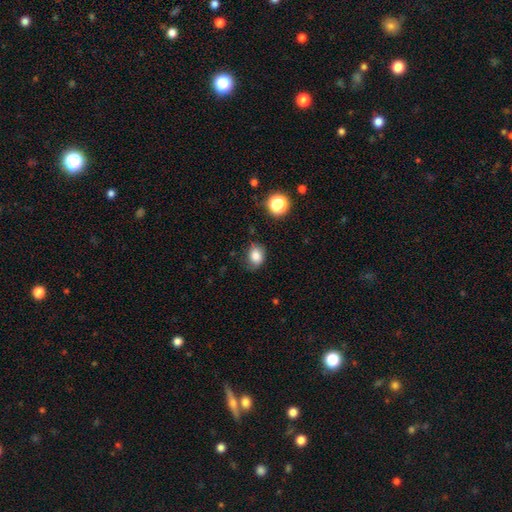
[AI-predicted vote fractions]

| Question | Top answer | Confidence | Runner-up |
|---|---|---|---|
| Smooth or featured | smooth | 83% | star or artifact (11%) |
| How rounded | in between | 57% | round (42%) |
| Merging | none | 71% | minor disturbance (22%) |